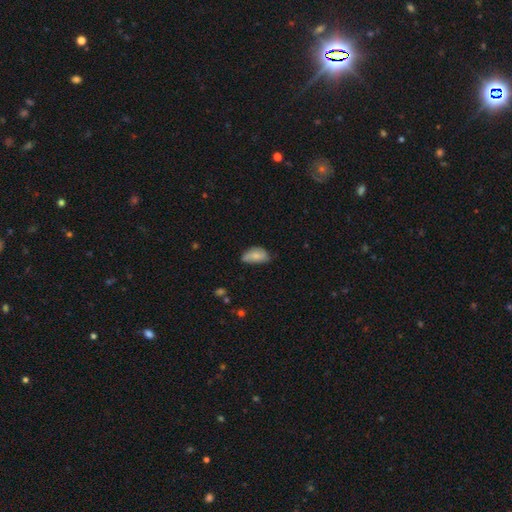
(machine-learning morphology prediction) Overall: smooth (73%). How rounded: in between (92%). Merging: none (49%; minor disturbance 40%).